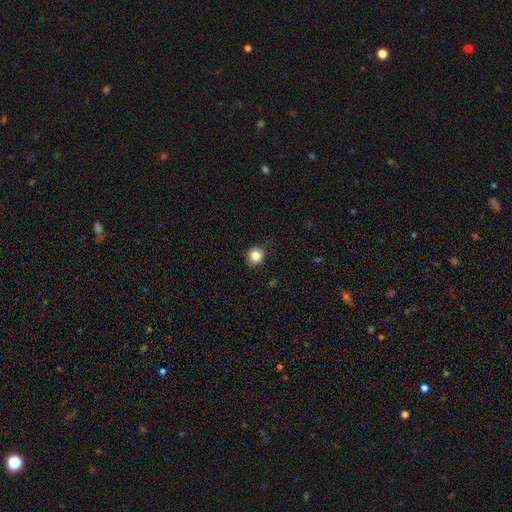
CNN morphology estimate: A smooth galaxy with no disk features (83%) that is round (90%). Merging: none (89%).